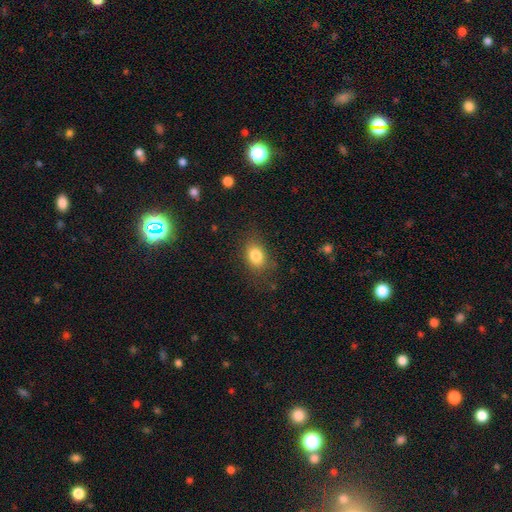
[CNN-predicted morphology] smooth-or-featured: smooth: 82% | star or artifact: 10% | featured or disk: 8%
  how-rounded: in between: 72% | round: 27% | cigar-shaped: 2%
  merging: none: 76% | minor disturbance: 16% | major disturbance: 6% | merger: 1%